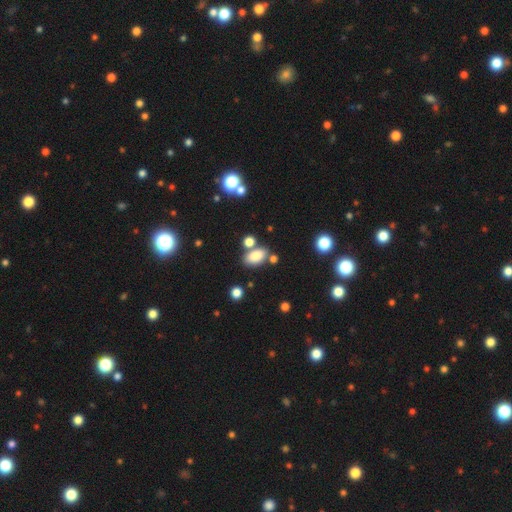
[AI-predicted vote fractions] smooth 81%, star or artifact 11%, featured or disk 8%. Down the decision tree: how rounded — in between (88%); merging — none (66%).